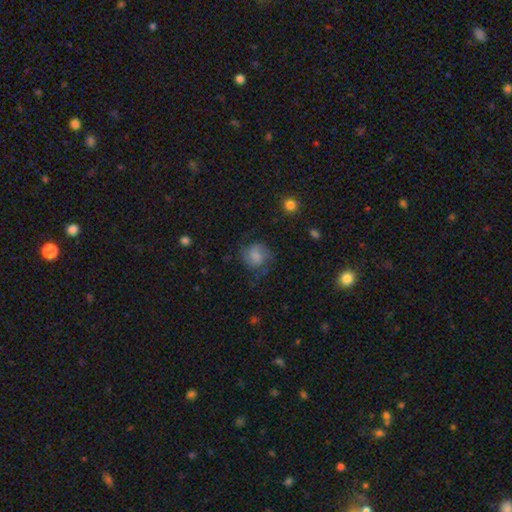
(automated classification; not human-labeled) smooth-or-featured: smooth: 52% | featured or disk: 39% | star or artifact: 10%
  how-rounded: round: 74% | in between: 25% | cigar-shaped: 1%
  merging: none: 61% | minor disturbance: 21% | major disturbance: 15% | merger: 2%